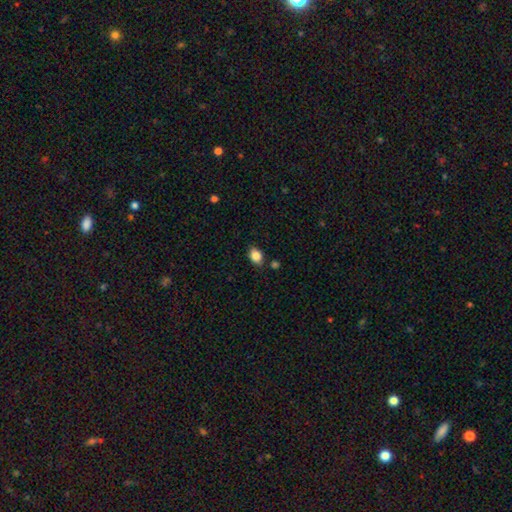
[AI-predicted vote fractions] Q: Smooth or featured?
A: smooth (86%); runner-up: star or artifact (9%)
Q: How rounded?
A: in between (74%); runner-up: round (25%)
Q: Merging?
A: none (77%); runner-up: minor disturbance (15%)